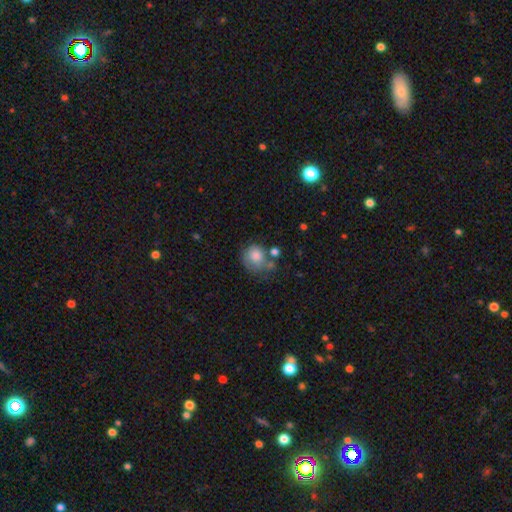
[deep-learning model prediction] Smooth or featured: smooth — 74% (featured or disk — 17%)
How rounded: round — 74% (in between — 25%)
Merging: none — 42% (minor disturbance — 25%)